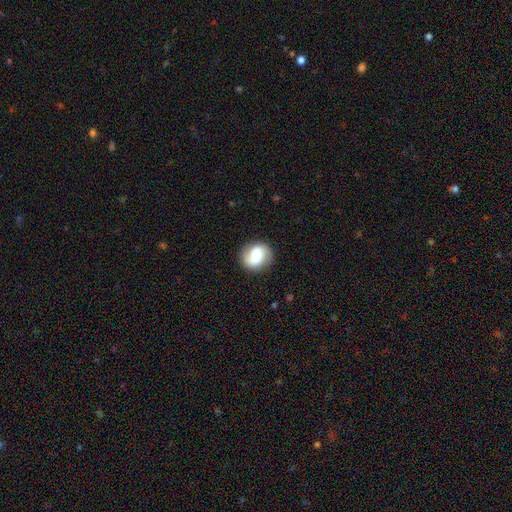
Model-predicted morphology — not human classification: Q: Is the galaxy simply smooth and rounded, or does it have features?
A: featured or disk — 48%.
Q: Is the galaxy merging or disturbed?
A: none — 84%.